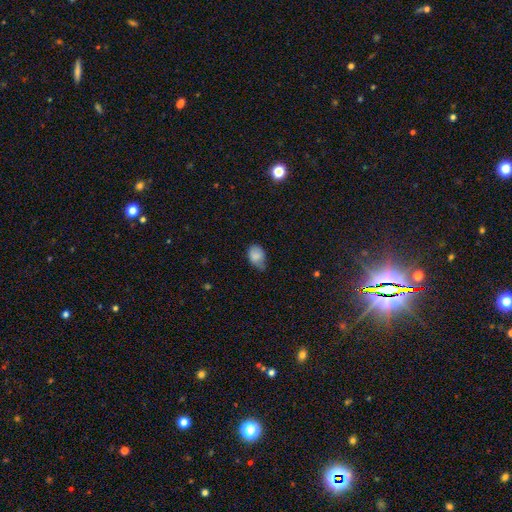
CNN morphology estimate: Q: Smooth or featured?
A: smooth (80%); runner-up: featured or disk (11%)
Q: How rounded?
A: in between (79%); runner-up: round (20%)
Q: Merging?
A: minor disturbance (48%); runner-up: none (35%)